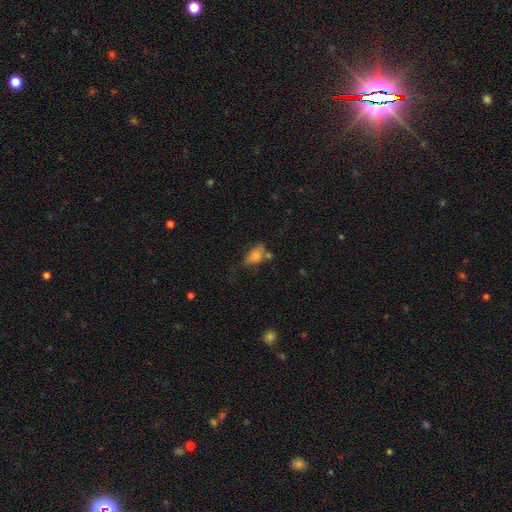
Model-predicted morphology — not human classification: The model was most divided on "merging": none: 46%, minor disturbance: 28%, merger: 14%, major disturbance: 12%. More confident: how rounded — in between (82%); smooth or featured — smooth (69%).